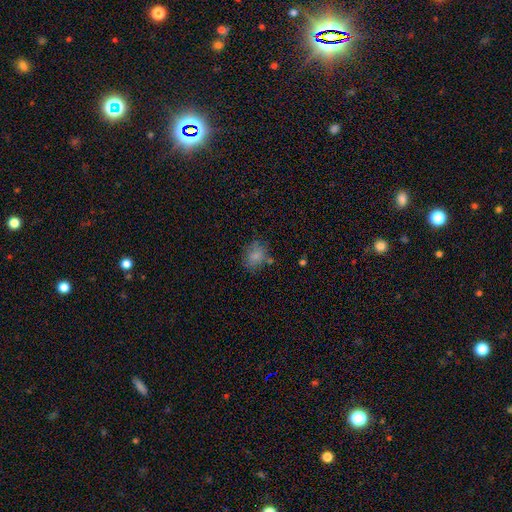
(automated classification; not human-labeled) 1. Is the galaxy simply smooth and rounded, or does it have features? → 80% smooth, 11% star or artifact, 10% featured or disk.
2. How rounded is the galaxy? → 52% round, 47% in between, 1% cigar-shaped.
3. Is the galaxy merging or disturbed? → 64% none, 20% minor disturbance, 8% major disturbance, 7% merger.